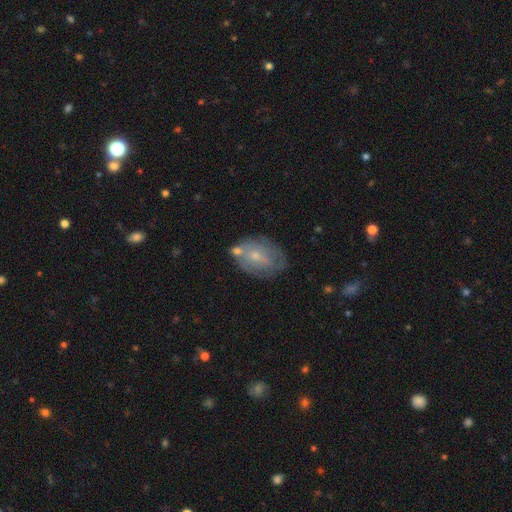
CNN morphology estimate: Smooth or featured: featured or disk — 48% (smooth — 44%)
Merging: none — 55% (minor disturbance — 24%)